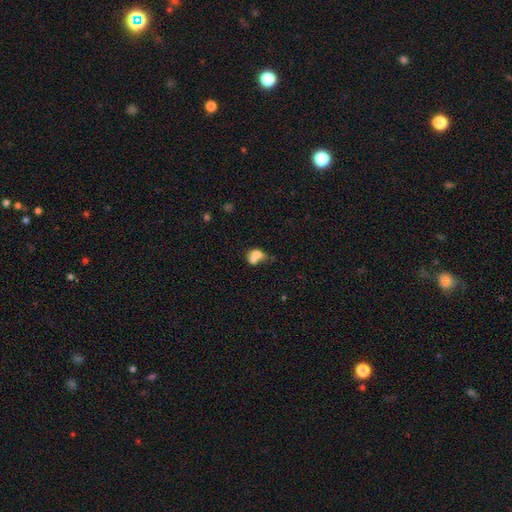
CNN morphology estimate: Smooth or featured: smooth — 68% (featured or disk — 22%)
How rounded: in between — 55% (round — 44%)
Merging: merger — 69% (none — 18%)